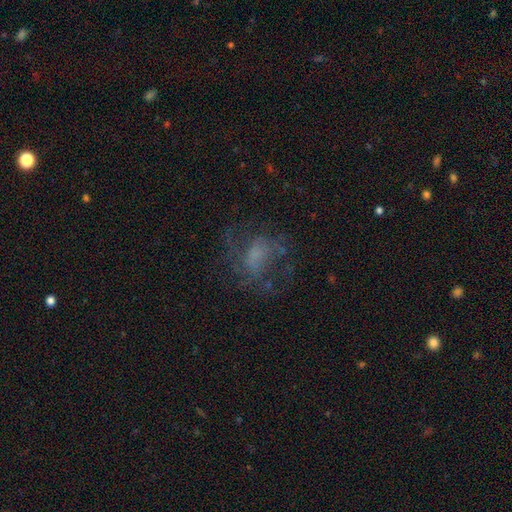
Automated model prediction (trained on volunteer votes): A featured or disk galaxy (51%).

Vote fractions:
- Smooth or featured? featured or disk: 51% / smooth: 30% / star or artifact: 18%
- Edge-on disk? no: 97% / yes: 3%
- Merging? none: 53% / major disturbance: 28% / minor disturbance: 18% / merger: 2%